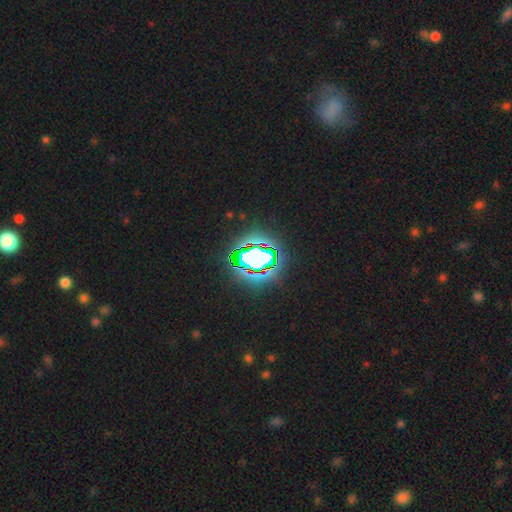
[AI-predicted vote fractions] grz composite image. It shows a star or artifact, not a galaxy (66%).